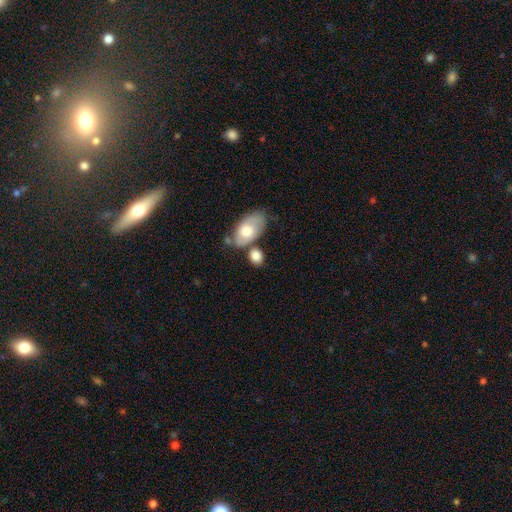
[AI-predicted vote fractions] Smooth or featured? Predicted: smooth (p=0.78). How rounded? Predicted: in between (p=0.69). Merging? Predicted: none (p=0.53).